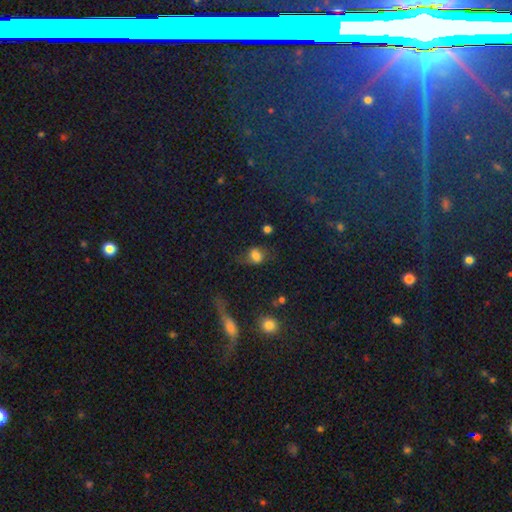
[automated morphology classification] Smooth or featured? Predicted: smooth (p=0.68). How rounded? Predicted: in between (p=0.53). Merging? Predicted: none (p=0.46).